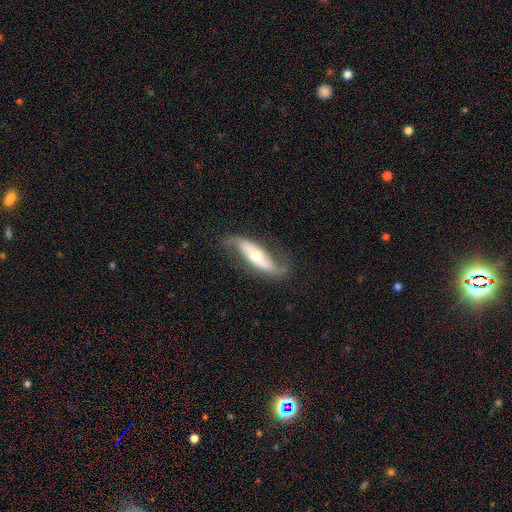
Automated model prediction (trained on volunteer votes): Smooth or featured? featured or disk (78%)
Edge-on disk? no (80%)
Bar? no (40%)
Spiral arms? yes (90%)
Spiral winding? loose (75%)
Spiral arm count? 2 (90%)
Bulge size? moderate (56%)
Merging? none (68%)